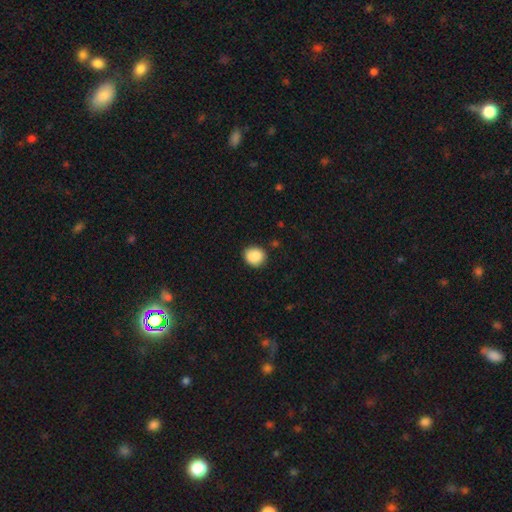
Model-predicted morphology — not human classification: Smooth or featured: smooth — 88% (star or artifact — 8%)
How rounded: round — 79% (in between — 20%)
Merging: none — 85% (minor disturbance — 11%)